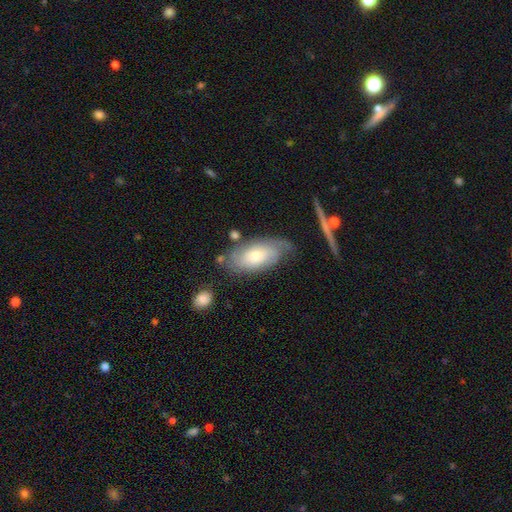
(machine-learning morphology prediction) type=featured or disk (52%); edge-on=no (87%); merging=none (63%).